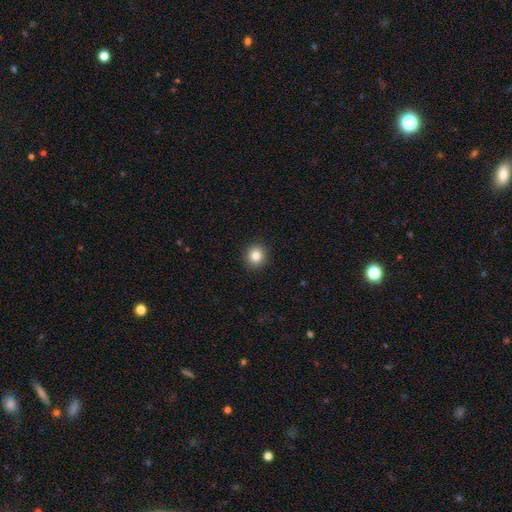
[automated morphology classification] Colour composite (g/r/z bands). It shows a smooth galaxy with no disk features (84%) that is round (87%). Merging: none (92%).